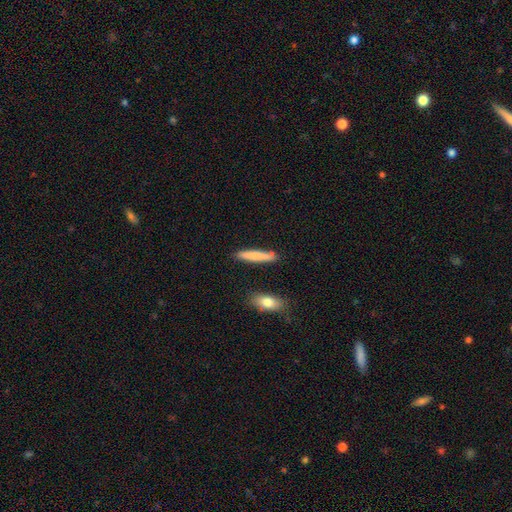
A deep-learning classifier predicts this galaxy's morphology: type=smooth (78%); roundness=cigar-shaped (91%); merging=none (85%).